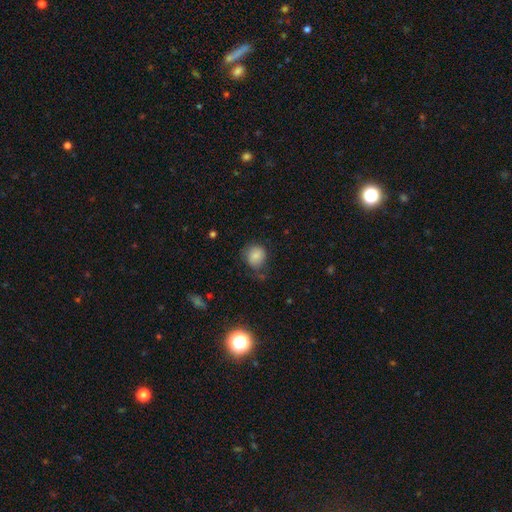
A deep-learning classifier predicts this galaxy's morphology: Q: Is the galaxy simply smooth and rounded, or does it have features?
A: smooth — 82%.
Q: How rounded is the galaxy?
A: round — 74%.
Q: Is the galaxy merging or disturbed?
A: none — 63%.